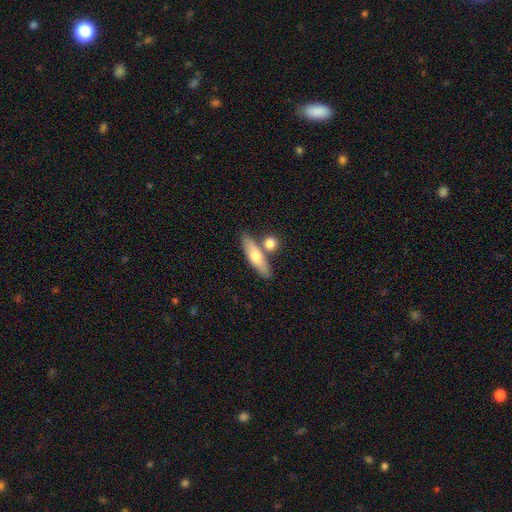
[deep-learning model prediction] This appears to be a smooth galaxy with no disk features (61%) that is cigar-shaped (58%). Merging: none (67%).